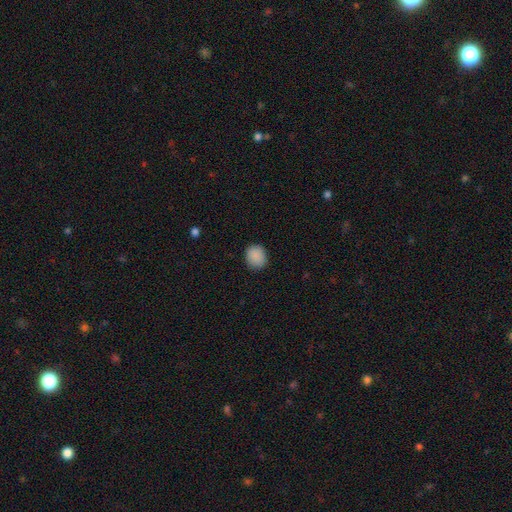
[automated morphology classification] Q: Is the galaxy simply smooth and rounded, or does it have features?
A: smooth — 89%.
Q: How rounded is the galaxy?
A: round — 71%.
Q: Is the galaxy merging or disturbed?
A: none — 88%.